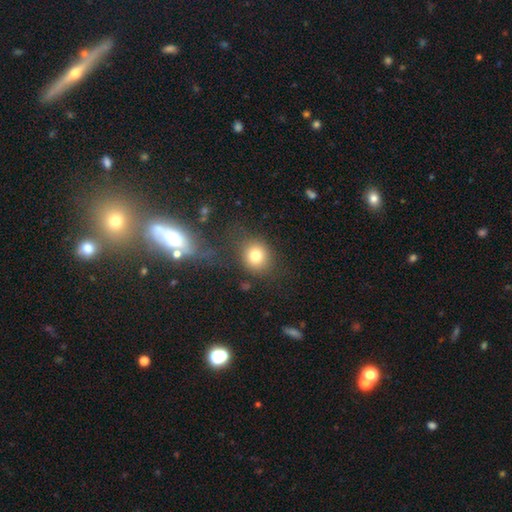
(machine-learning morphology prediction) Smooth or featured?
  - smooth: 78% *
  - star or artifact: 12%
  - featured or disk: 10%
How rounded?
  - round: 79% *
  - in between: 20%
  - cigar-shaped: 1%
Merging?
  - none: 70% *
  - minor disturbance: 13%
  - major disturbance: 8%
  - merger: 8%